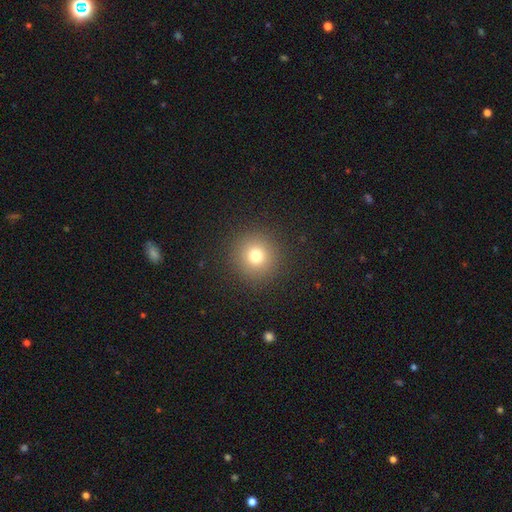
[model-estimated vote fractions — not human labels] smooth 75%, star or artifact 16%, featured or disk 9%. Down the decision tree: how rounded — round (95%); merging — none (91%).